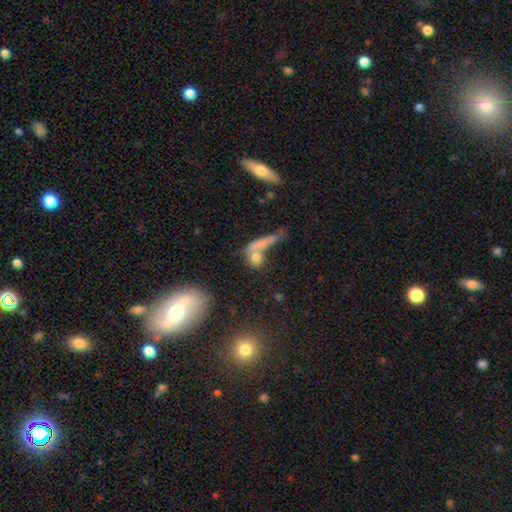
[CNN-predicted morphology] smooth 63%, featured or disk 22%, star or artifact 15%. Down the decision tree: how rounded — cigar-shaped (39%); merging — none (43%).